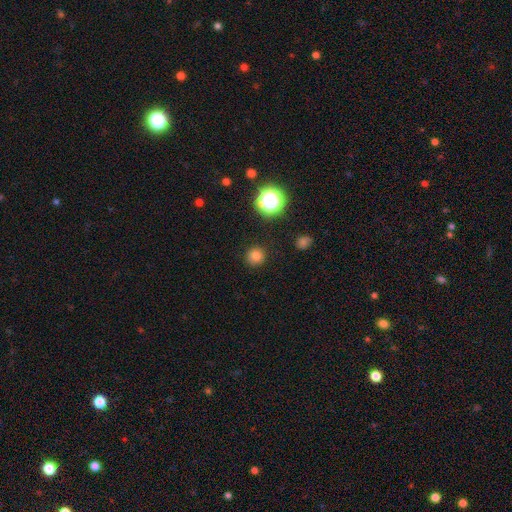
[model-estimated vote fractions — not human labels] smooth 78%, star or artifact 17%, featured or disk 5%. Down the decision tree: how rounded — round (94%); merging — none (91%).